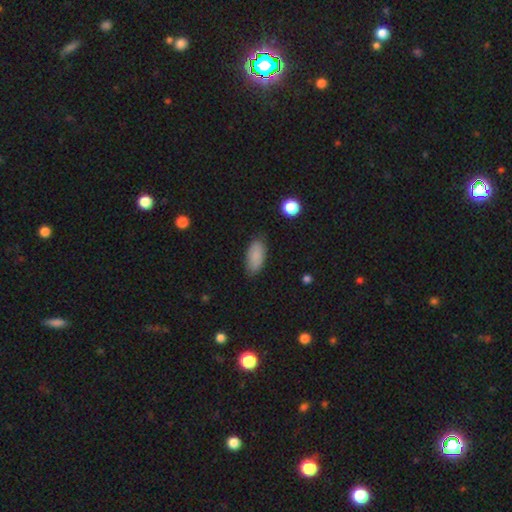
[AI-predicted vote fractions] smooth_or_featured: smooth (p=0.85) [alt: featured or disk p=0.08]
how_rounded: in between (p=0.91) [alt: cigar-shaped p=0.07]
merging: none (p=0.81) [alt: minor disturbance p=0.15]